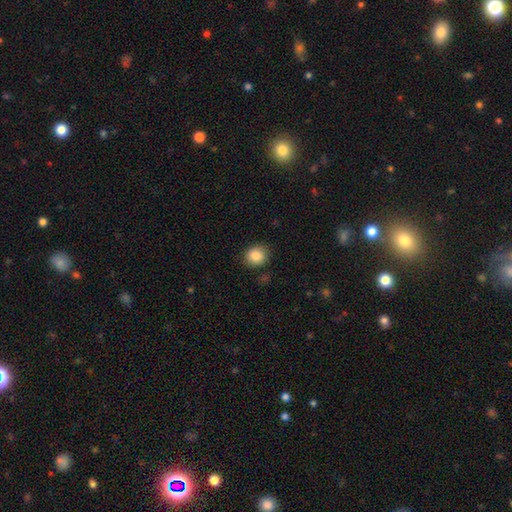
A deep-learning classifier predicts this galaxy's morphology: Smooth or featured: smooth — 86% (star or artifact — 9%)
How rounded: round — 76% (in between — 23%)
Merging: none — 85% (minor disturbance — 11%)